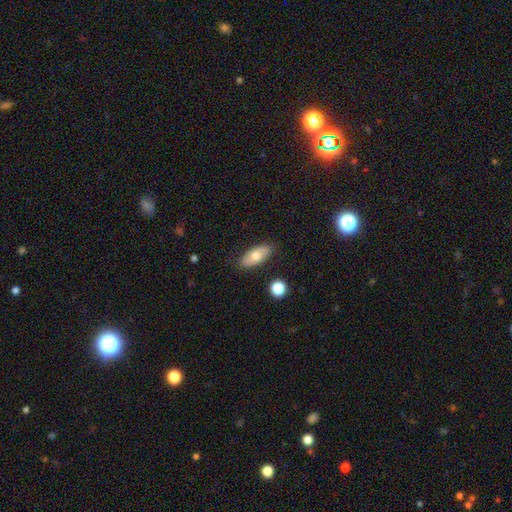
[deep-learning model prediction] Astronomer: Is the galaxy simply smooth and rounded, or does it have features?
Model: smooth — 70%.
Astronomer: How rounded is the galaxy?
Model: in between — 87%.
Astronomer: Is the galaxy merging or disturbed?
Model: none — 85%.